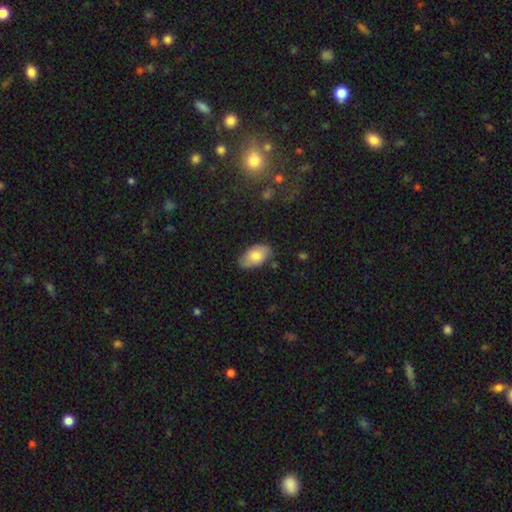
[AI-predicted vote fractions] Smooth or featured: smooth — 75% (featured or disk — 19%)
How rounded: in between — 94% (round — 4%)
Merging: none — 79% (minor disturbance — 17%)